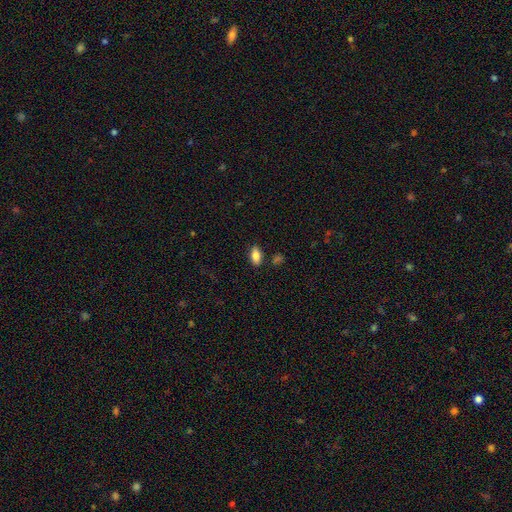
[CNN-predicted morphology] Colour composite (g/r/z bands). It shows a smooth galaxy with no disk features (84%) that is in between round and cigar-shaped (90%). Merging: none (84%).